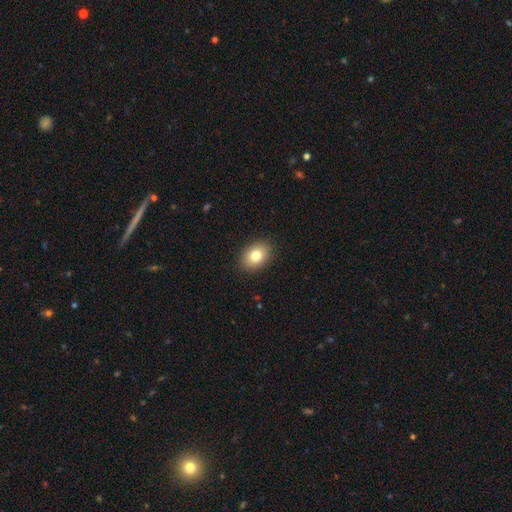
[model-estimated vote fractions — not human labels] A smooth galaxy with no disk features (80%) that is in between round and cigar-shaped (72%).

Vote fractions:
- Smooth or featured? smooth: 80% / featured or disk: 11% / star or artifact: 9%
- How rounded? in between: 72% / round: 27% / cigar-shaped: 1%
- Merging? none: 90% / minor disturbance: 7% / major disturbance: 2% / merger: 1%